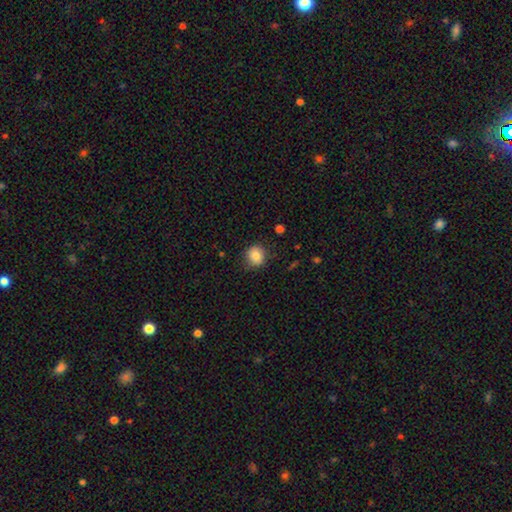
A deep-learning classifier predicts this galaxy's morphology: Smooth or featured? Predicted: smooth (p=0.83). How rounded? Predicted: round (p=0.85). Merging? Predicted: none (p=0.85).